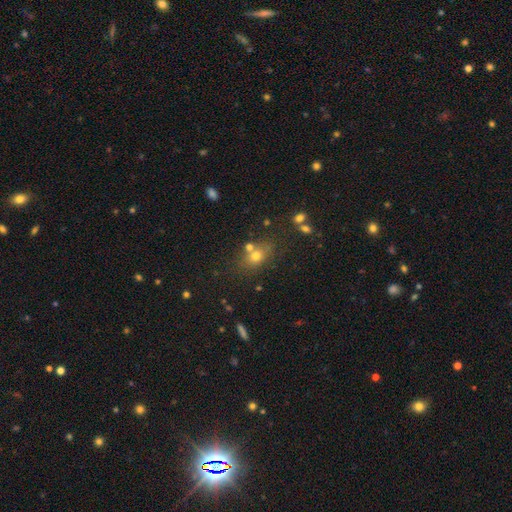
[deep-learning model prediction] Morphology: type=smooth (68%); roundness=in between (60%); merging=none (61%).